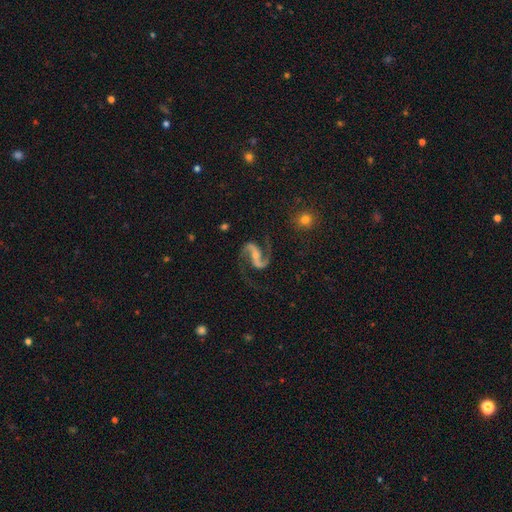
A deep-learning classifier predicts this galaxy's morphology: smooth-or-featured: featured or disk: 92% | star or artifact: 4% | smooth: 3%
  disk-edge-on: no: 98% | yes: 2%
    bar: strong: 44% | weak: 33% | no: 23%
    has-spiral-arms: yes: 98% | no: 2%
      spiral-winding: medium: 50% | loose: 42% | tight: 8%
      spiral-arm-count: 2: 94% | 1: 2% | can't tell: 1% | 3: 1% | 4: 1% | more than 4: 1%
    bulge-size: small: 51% | moderate: 33% | none: 11% | large: 4% | dominant: 1%
  merging: none: 74% | minor disturbance: 13% | major disturbance: 10% | merger: 2%